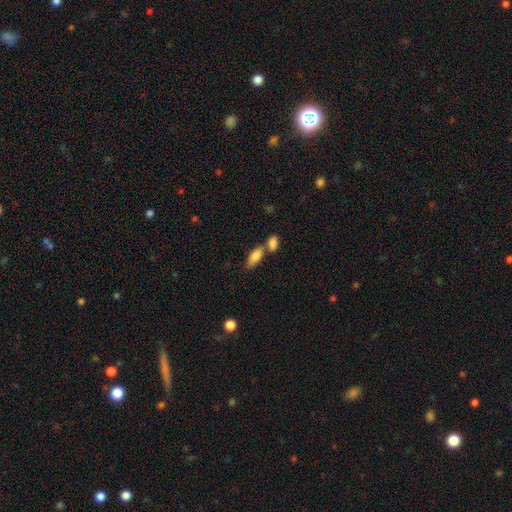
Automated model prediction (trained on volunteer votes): The model was most divided on "merging": merger: 46%, none: 41%, minor disturbance: 10%, major disturbance: 4%. More confident: smooth or featured — smooth (83%); how rounded — in between (82%).